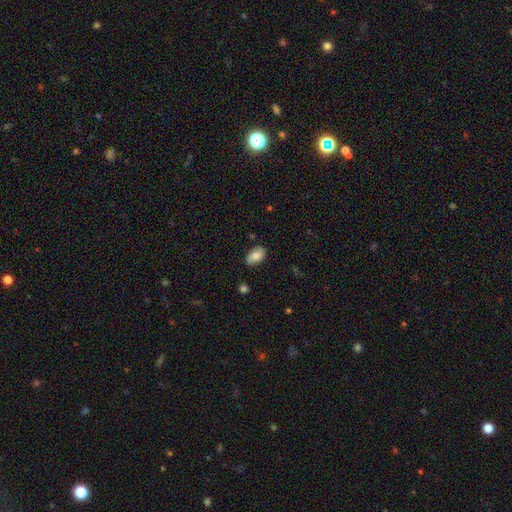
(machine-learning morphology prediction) Smooth or featured? smooth (72%)
How rounded? in between (91%)
Merging? none (76%)